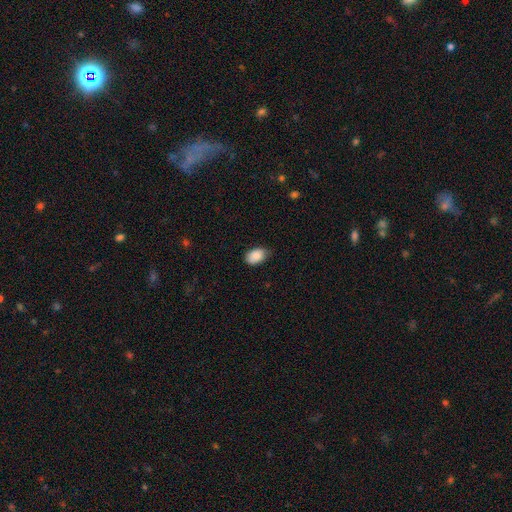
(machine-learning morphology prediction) Smooth or featured: smooth — 88% (star or artifact — 7%)
How rounded: in between — 88% (round — 11%)
Merging: none — 68% (minor disturbance — 27%)